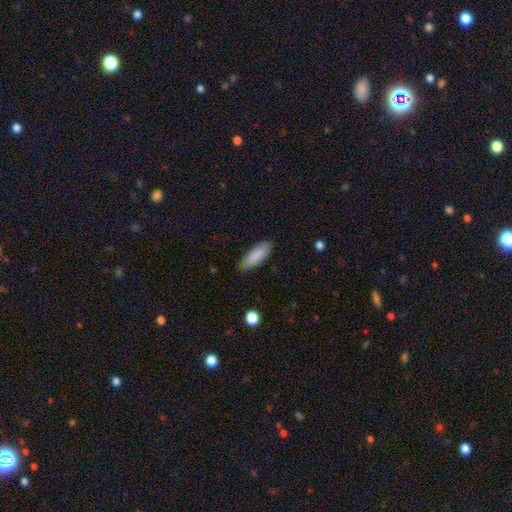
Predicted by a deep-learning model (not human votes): A smooth galaxy with no disk features (85%) that is in between round and cigar-shaped (59%).

Vote fractions:
- Smooth or featured? smooth: 85% / featured or disk: 9% / star or artifact: 6%
- How rounded? in between: 59% / cigar-shaped: 39% / round: 2%
- Merging? none: 81% / minor disturbance: 15% / major disturbance: 3% / merger: 1%